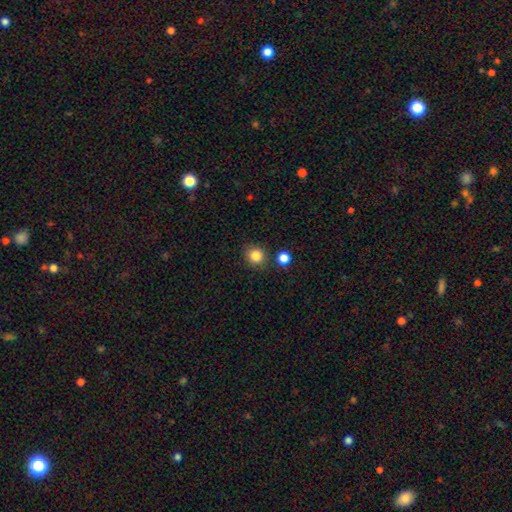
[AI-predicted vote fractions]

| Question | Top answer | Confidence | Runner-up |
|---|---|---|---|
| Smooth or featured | smooth | 85% | star or artifact (11%) |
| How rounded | round | 86% | in between (13%) |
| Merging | none | 82% | minor disturbance (9%) |